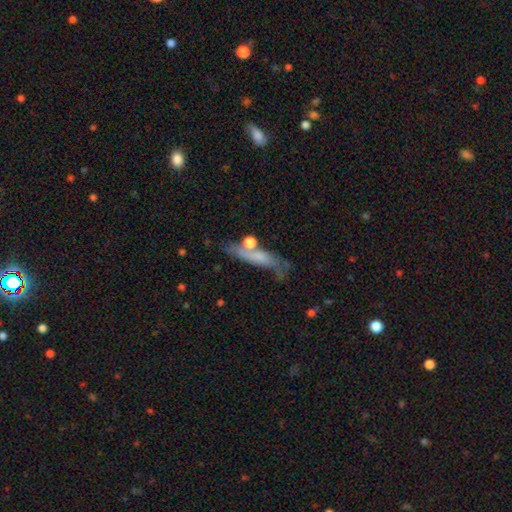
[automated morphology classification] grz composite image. It shows a smooth galaxy with no disk features (50%). Merging: none (46%).